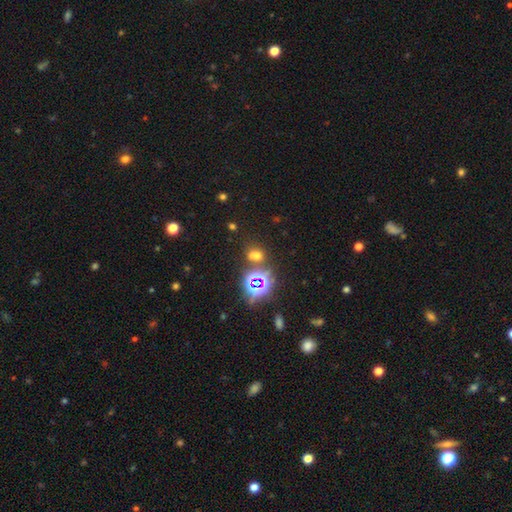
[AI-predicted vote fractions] Q: Smooth or featured?
A: star or artifact (47%); runner-up: smooth (44%)